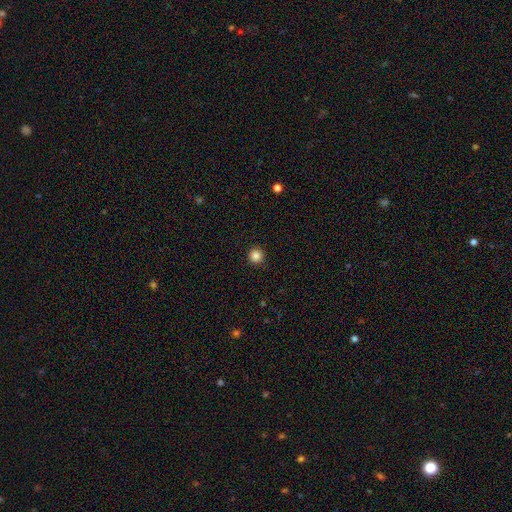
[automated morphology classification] A smooth galaxy with no disk features (86%) that is round (96%). Merging: none (93%).